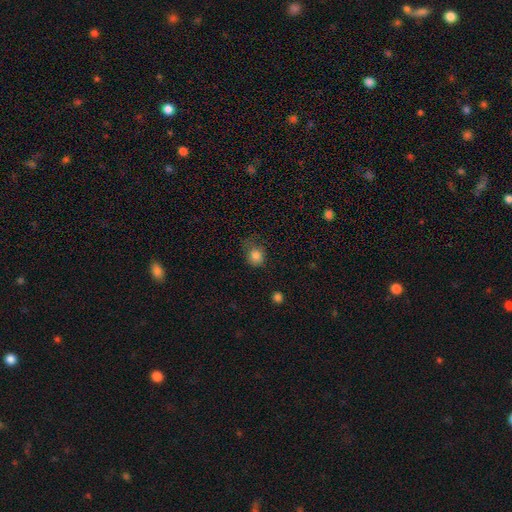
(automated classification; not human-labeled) A smooth galaxy with no disk features (82%) that is round (75%).

Vote fractions:
- Smooth or featured? smooth: 82% / star or artifact: 12% / featured or disk: 6%
- How rounded? round: 75% / in between: 24% / cigar-shaped: 1%
- Merging? none: 52% / minor disturbance: 30% / major disturbance: 15% / merger: 2%